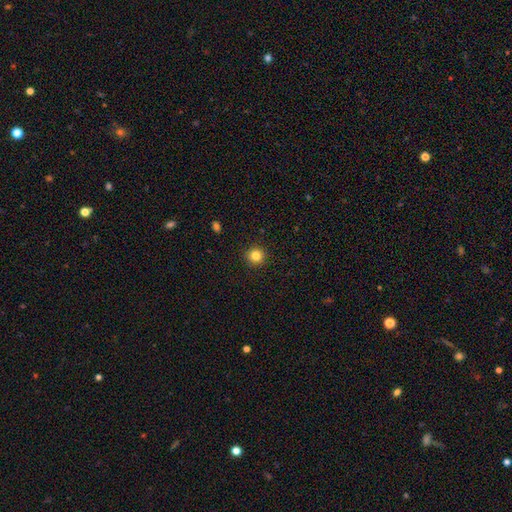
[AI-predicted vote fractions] This appears to be a smooth galaxy with no disk features (83%) that is round (94%). Merging: none (93%).